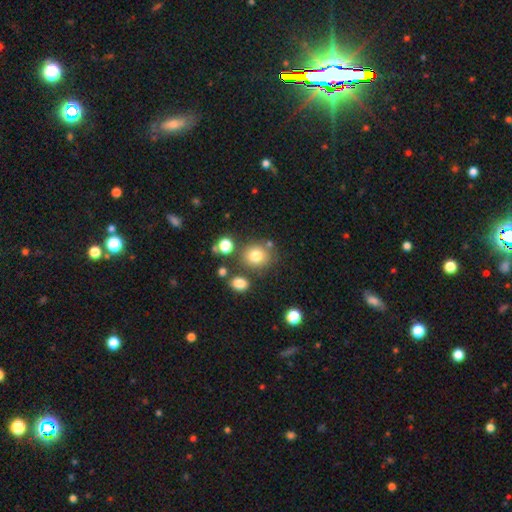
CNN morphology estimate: smooth 77%, star or artifact 13%, featured or disk 10%. Down the decision tree: how rounded — round (84%); merging — none (74%).